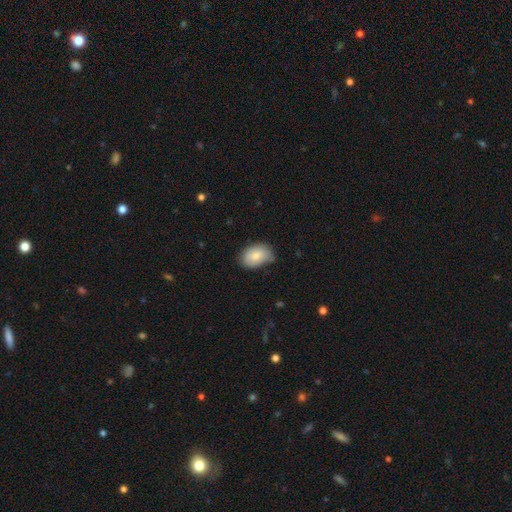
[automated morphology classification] A smooth galaxy with no disk features (82%) that is in between round and cigar-shaped (84%).

Vote fractions:
- Smooth or featured? smooth: 82% / featured or disk: 12% / star or artifact: 7%
- How rounded? in between: 84% / round: 15% / cigar-shaped: 1%
- Merging? none: 63% / minor disturbance: 31% / major disturbance: 5% / merger: 2%